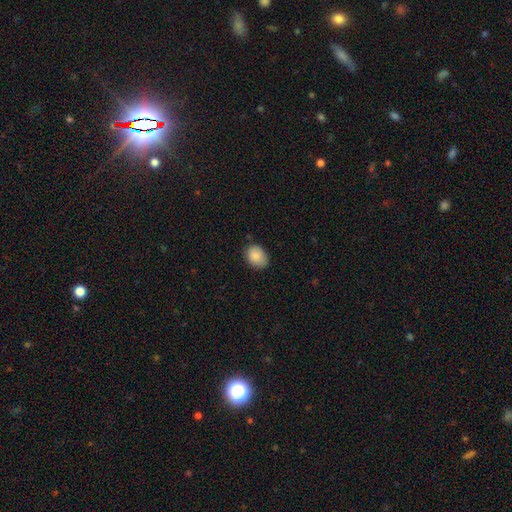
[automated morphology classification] Smooth or featured? smooth (87%)
How rounded? in between (66%)
Merging? none (76%)